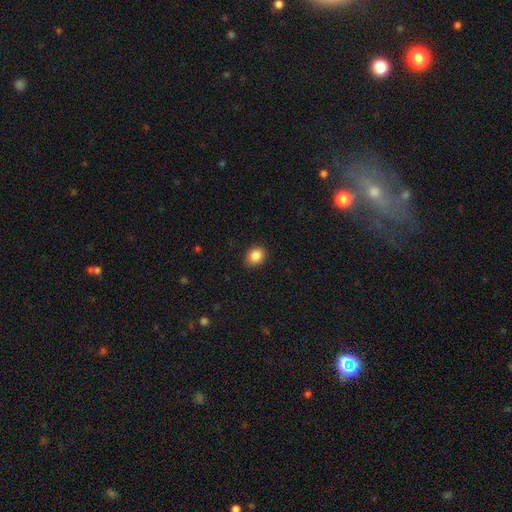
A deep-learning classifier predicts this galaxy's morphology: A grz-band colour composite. It shows a smooth galaxy with no disk features (87%) that is round (55%). Merging: none (88%).